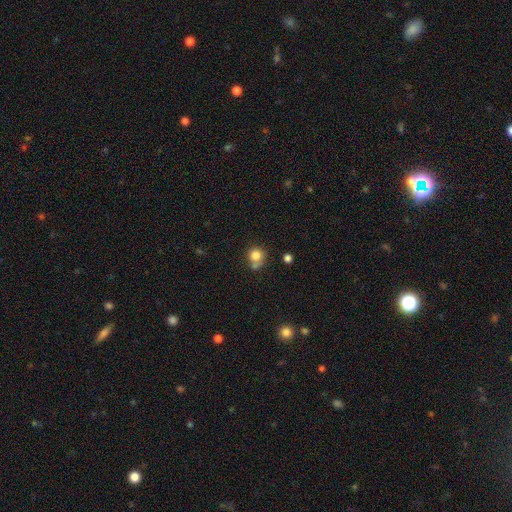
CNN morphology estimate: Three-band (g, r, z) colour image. It shows a smooth galaxy with no disk features (81%) that is round (86%). Merging: none (55%).